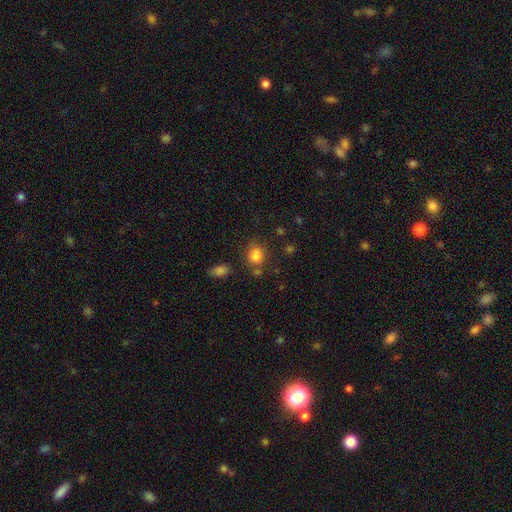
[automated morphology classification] Smooth or featured: smooth — 80% (star or artifact — 13%)
How rounded: round — 57% (in between — 42%)
Merging: none — 61% (minor disturbance — 18%)